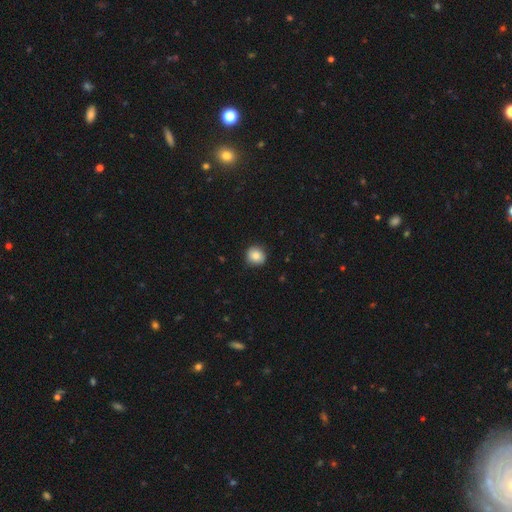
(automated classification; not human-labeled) A smooth galaxy with no disk features (85%) that is round (86%). Merging: none (87%).